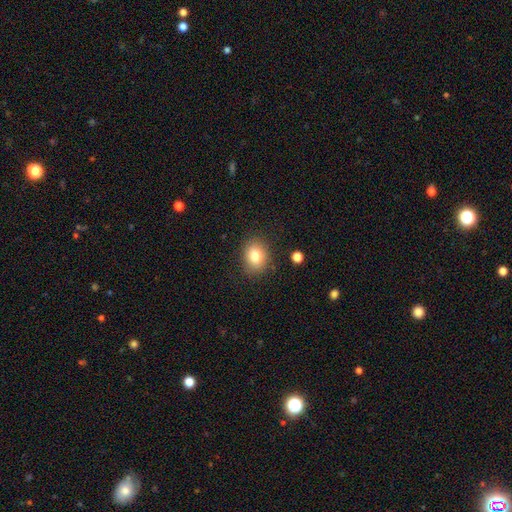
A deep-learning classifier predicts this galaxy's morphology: Overall: smooth (81%). How rounded: in between (52%; round 47%). Merging: none (85%).